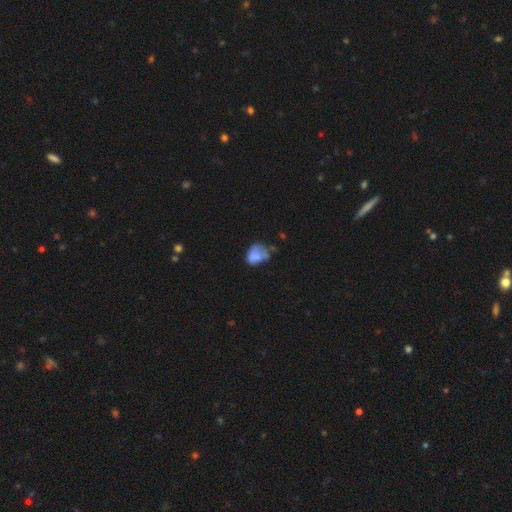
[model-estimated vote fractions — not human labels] A smooth galaxy with no disk features (65%) that is in between round and cigar-shaped (58%).

Vote fractions:
- Smooth or featured? smooth: 65% / featured or disk: 25% / star or artifact: 10%
- How rounded? in between: 58% / round: 41% / cigar-shaped: 1%
- Merging? minor disturbance: 34% / none: 33% / major disturbance: 23% / merger: 10%